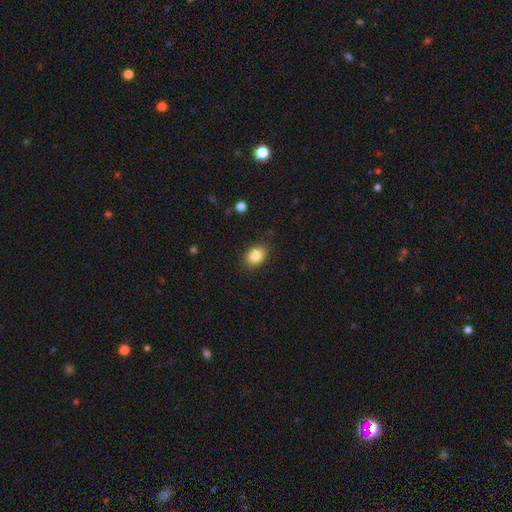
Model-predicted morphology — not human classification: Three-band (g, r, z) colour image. It shows a smooth galaxy with no disk features (85%) that is in between round and cigar-shaped (69%). Merging: none (86%).